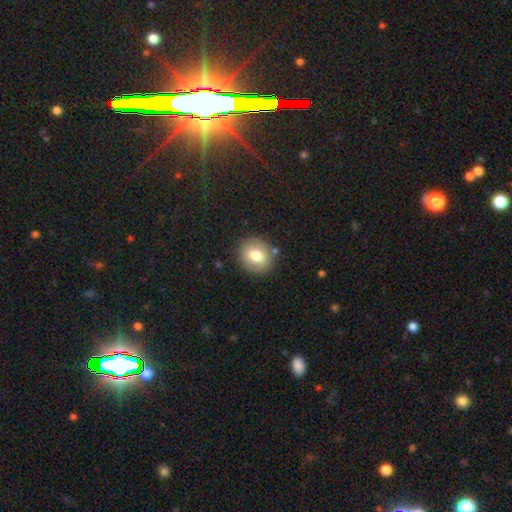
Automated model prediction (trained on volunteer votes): This is likely a smooth galaxy (76%). How rounded: likely round (74%). Merging: clearly none (84%).